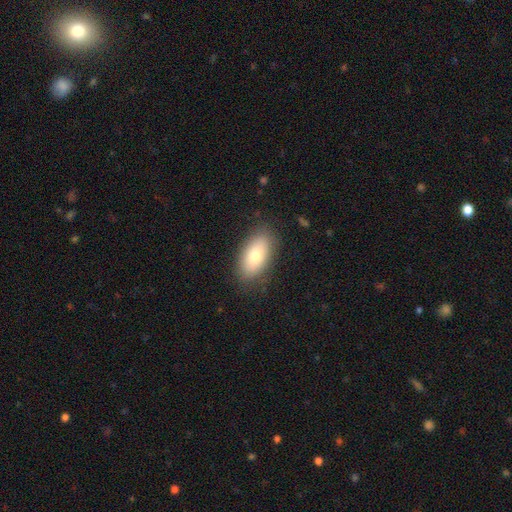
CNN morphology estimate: Smooth or featured?
  - smooth: 76% *
  - featured or disk: 16%
  - star or artifact: 7%
How rounded?
  - in between: 92% *
  - round: 4%
  - cigar-shaped: 4%
Merging?
  - none: 86% *
  - minor disturbance: 11%
  - major disturbance: 3%
  - merger: 1%